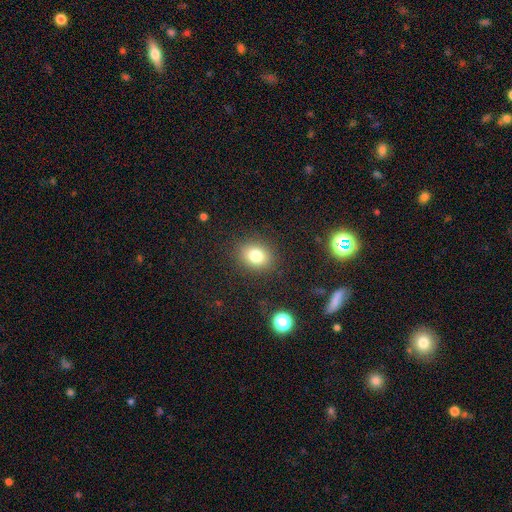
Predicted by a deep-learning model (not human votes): Smooth or featured: smooth — 79% (star or artifact — 13%)
How rounded: round — 59% (in between — 40%)
Merging: none — 88% (minor disturbance — 8%)